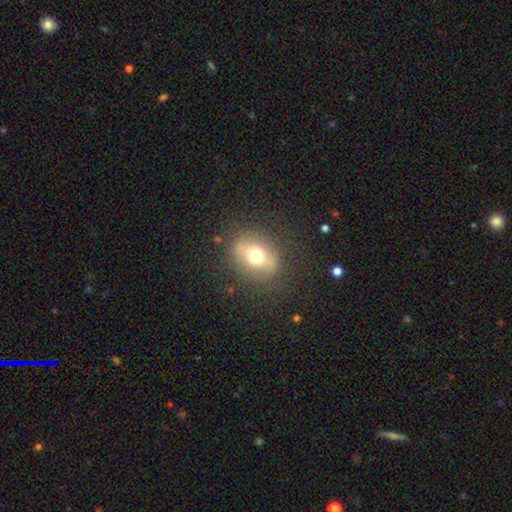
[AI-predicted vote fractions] A smooth galaxy with no disk features (60%) that is round (59%). Merging: none (80%).